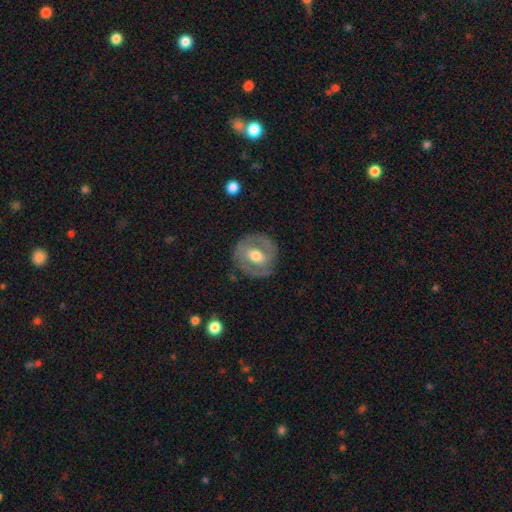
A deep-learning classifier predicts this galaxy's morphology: The model was most divided on "bar": weak: 41%, no: 34%, strong: 24%. More confident: edge-on disk — no (96%); merging — none (81%); bulge size — moderate (73%); smooth or featured — featured or disk (67%); spiral arms — yes (56%).